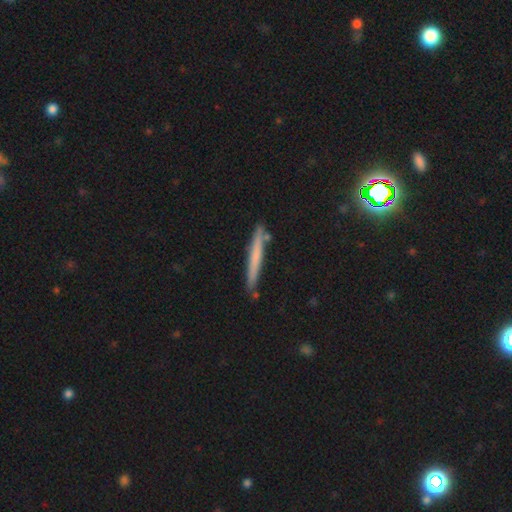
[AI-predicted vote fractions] A smooth galaxy with no disk features (57%) that is cigar-shaped (96%). Merging: none (84%).